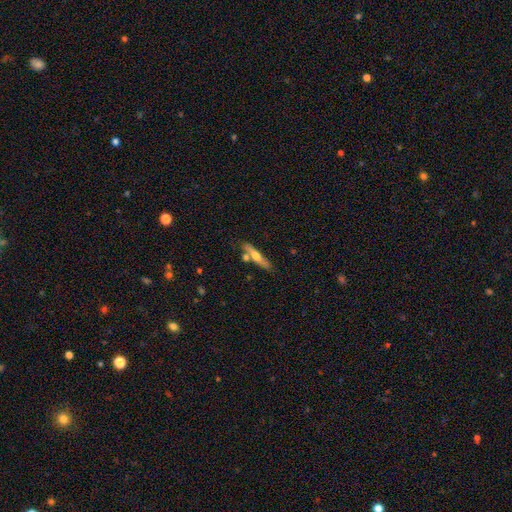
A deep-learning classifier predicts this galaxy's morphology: Overall: smooth (51%; featured or disk 43%). How rounded: cigar-shaped (85%). Merging: none (69%).